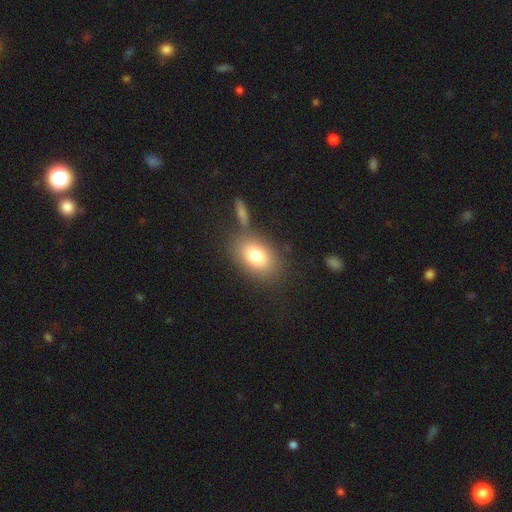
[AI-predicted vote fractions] Q: Smooth or featured?
A: smooth (79%); runner-up: featured or disk (12%)
Q: How rounded?
A: in between (79%); runner-up: round (20%)
Q: Merging?
A: none (71%); runner-up: merger (12%)